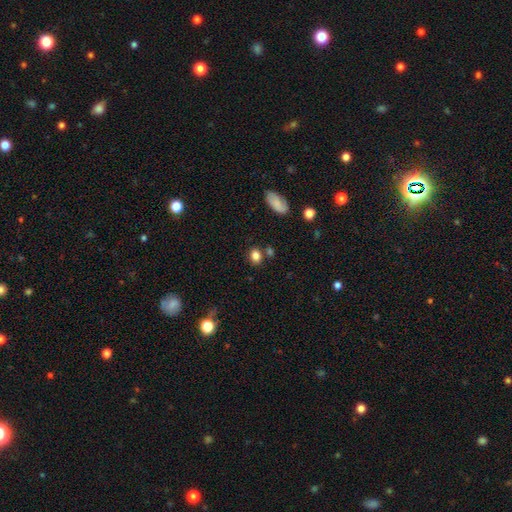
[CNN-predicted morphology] Overall: smooth (83%). How rounded: in between (52%; round 47%). Merging: none (75%).